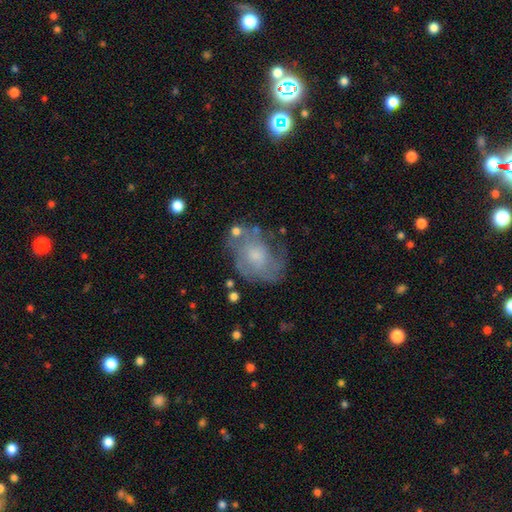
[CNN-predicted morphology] A featured or disk galaxy (55%) with no bar (77%), spiral arms (61%) and a small central bulge (43%).

Vote fractions:
- Smooth or featured? featured or disk: 55% / smooth: 36% / star or artifact: 9%
- Edge-on disk? no: 97% / yes: 3%
- Bar? no: 77% / weak: 20% / strong: 3%
- Spiral arms? yes: 61% / no: 39%
- Bulge size? small: 43% / moderate: 38% / none: 12% / large: 6% / dominant: 2%
- Merging? none: 52% / minor disturbance: 25% / major disturbance: 17% / merger: 6%